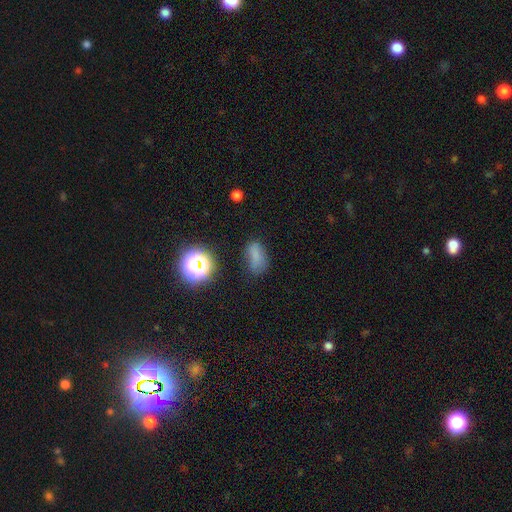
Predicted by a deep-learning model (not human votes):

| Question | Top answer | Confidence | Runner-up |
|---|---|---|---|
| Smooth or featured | smooth | 66% | star or artifact (22%) |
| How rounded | in between | 82% | round (13%) |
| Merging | none | 55% | minor disturbance (27%) |